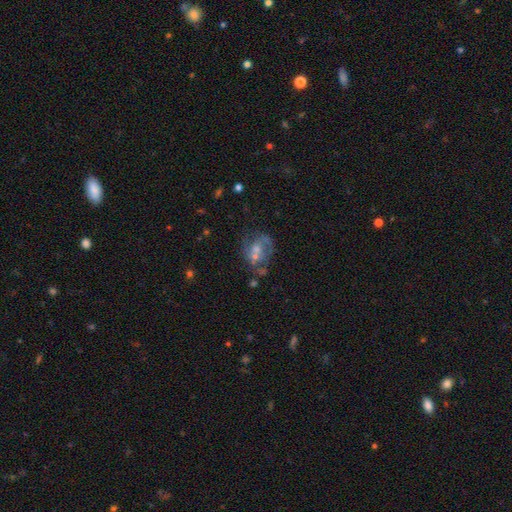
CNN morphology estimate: Smooth or featured: featured or disk — 63% (smooth — 20%)
Edge-on disk: no — 97% (yes — 3%)
Bar: no — 60% (weak — 32%)
Spiral arms: yes — 72% (no — 28%)
Bulge size: moderate — 43% (tied with small — 43%)
Merging: none — 51% (minor disturbance — 19%)